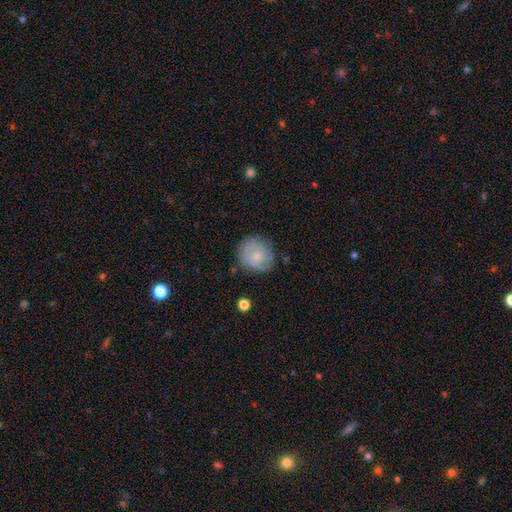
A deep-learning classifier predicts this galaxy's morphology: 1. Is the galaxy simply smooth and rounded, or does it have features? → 54% smooth, 39% featured or disk, 7% star or artifact.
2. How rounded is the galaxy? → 79% round, 20% in between, 1% cigar-shaped.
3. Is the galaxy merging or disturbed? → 72% none, 20% minor disturbance, 6% major disturbance, 2% merger.